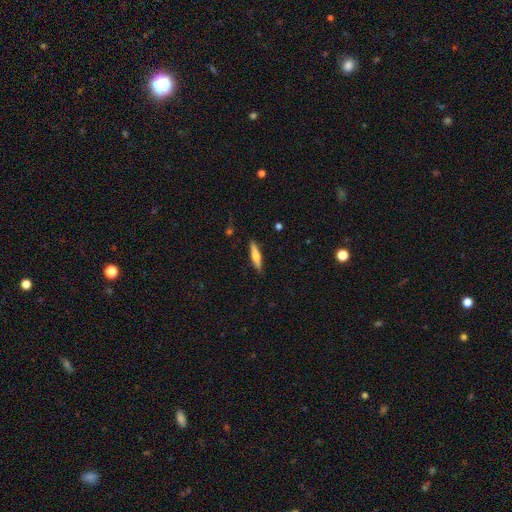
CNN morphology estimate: Smooth or featured: smooth — 52% (featured or disk — 42%)
How rounded: cigar-shaped — 82% (in between — 16%)
Merging: none — 88% (minor disturbance — 9%)